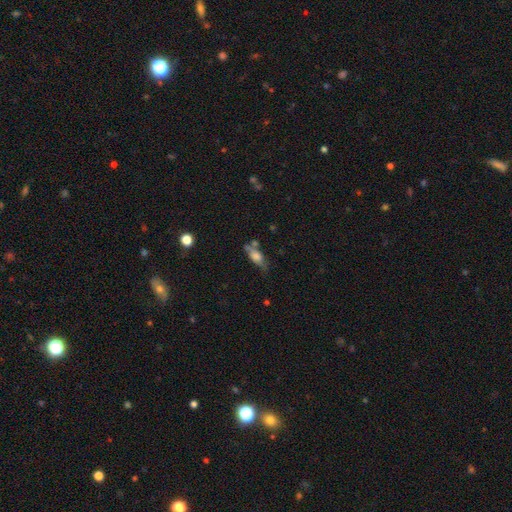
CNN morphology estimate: smooth-or-featured: smooth: 63% | featured or disk: 28% | star or artifact: 10%
  how-rounded: in between: 68% | cigar-shaped: 28% | round: 5%
  merging: none: 46% | minor disturbance: 26% | merger: 16% | major disturbance: 12%